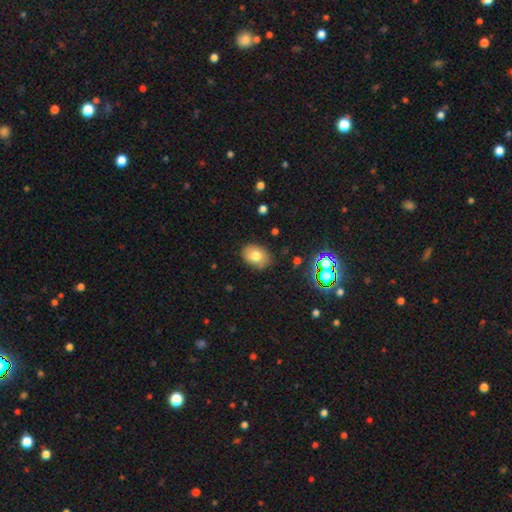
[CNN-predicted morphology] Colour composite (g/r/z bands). It shows a smooth galaxy with no disk features (76%) that is in between round and cigar-shaped (72%). Merging: none (82%).